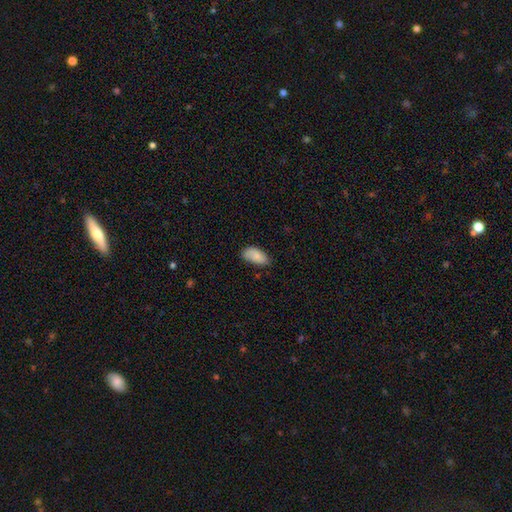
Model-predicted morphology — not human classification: smooth-or-featured: smooth: 84% | featured or disk: 9% | star or artifact: 7%
  how-rounded: in between: 94% | cigar-shaped: 4% | round: 3%
  merging: none: 65% | minor disturbance: 28% | major disturbance: 5% | merger: 2%